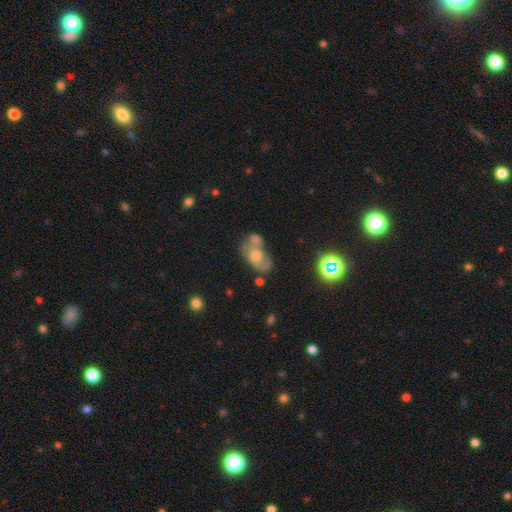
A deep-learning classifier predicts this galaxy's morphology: type=featured or disk (43%); merging=merger (41%).